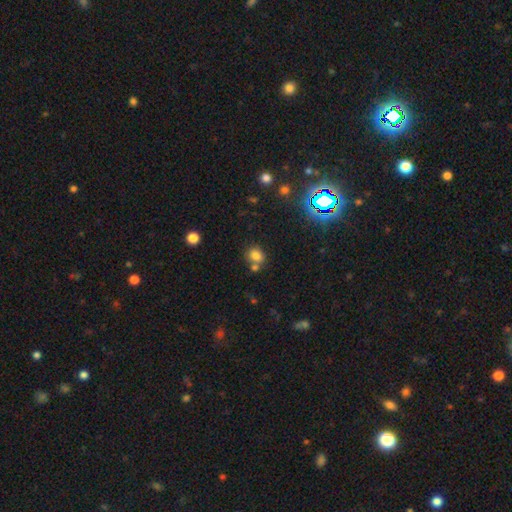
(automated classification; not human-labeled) A smooth galaxy with no disk features (78%) that is round (64%). Merging: none (61%).